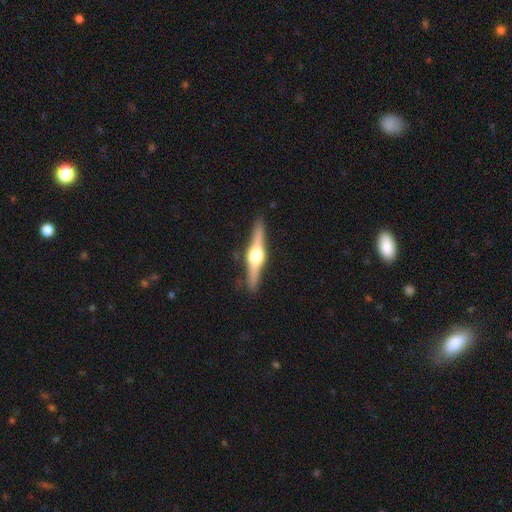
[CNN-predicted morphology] Overall: featured or disk (82%). Edge-on disk: yes (98%). Edge-on bulge: rounded (94%). Merging: none (89%).